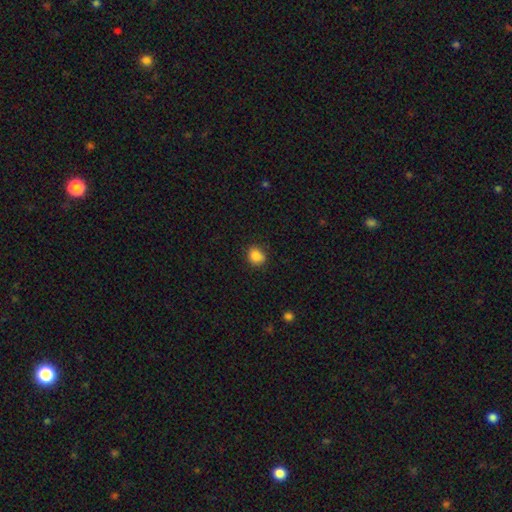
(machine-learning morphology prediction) The model was most divided on "how rounded": round: 59%, in between: 40%, cigar-shaped: 1%. More confident: smooth or featured — smooth (87%); merging — none (81%).